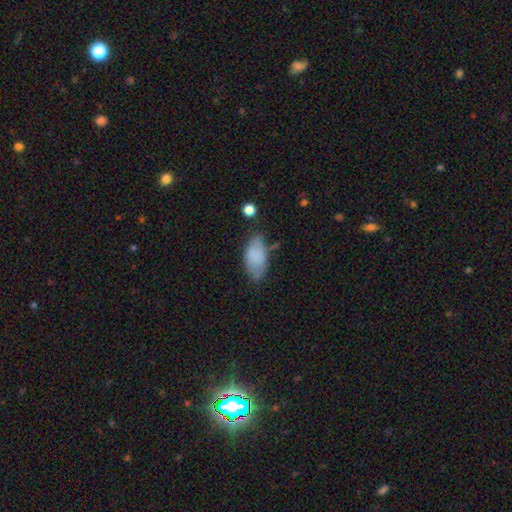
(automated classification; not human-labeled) Q: Smooth or featured?
A: smooth (82%); runner-up: featured or disk (10%)
Q: How rounded?
A: in between (93%); runner-up: cigar-shaped (3%)
Q: Merging?
A: none (58%); runner-up: minor disturbance (29%)